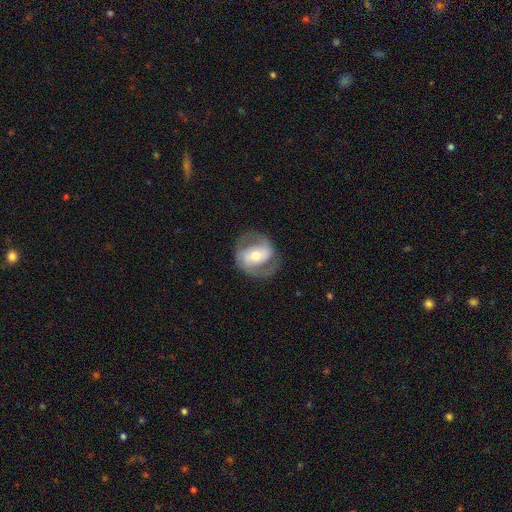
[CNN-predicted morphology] type=featured or disk (76%); edge-on=no (97%); bar=weak (37%); spiral arms=yes (86%); winding=medium (51%); arm count=2 (88%); bulge=moderate (64%); merging=none (76%).